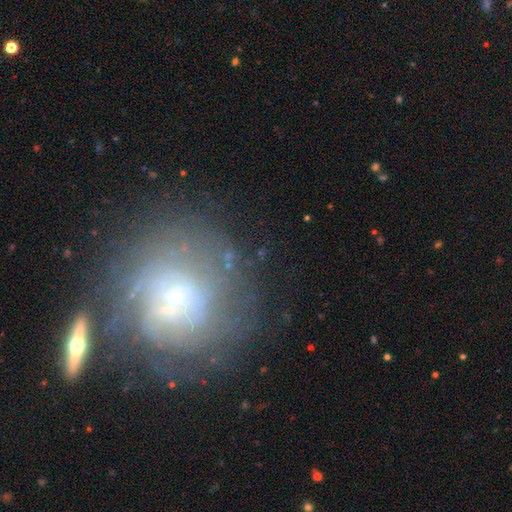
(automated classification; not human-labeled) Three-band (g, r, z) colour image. It shows a featured or disk galaxy (59%) with no bar (65%), spiral arms (70%) and a small central bulge (62%). Merging: none (66%).